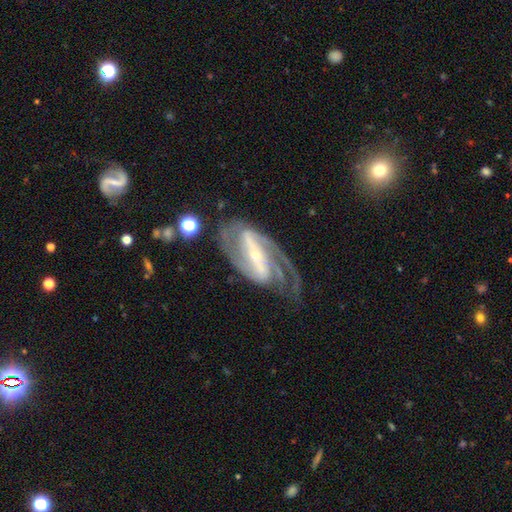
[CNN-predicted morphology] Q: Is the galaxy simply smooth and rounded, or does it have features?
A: featured or disk — 92%.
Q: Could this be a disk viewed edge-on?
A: no — 95%.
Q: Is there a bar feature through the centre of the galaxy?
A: strong — 75%.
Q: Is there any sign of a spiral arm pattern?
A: yes — 97%.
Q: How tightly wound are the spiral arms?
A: medium — 49%.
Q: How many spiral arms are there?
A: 2 — 74%.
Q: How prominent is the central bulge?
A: small — 73%.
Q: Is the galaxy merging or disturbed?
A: none — 65%.